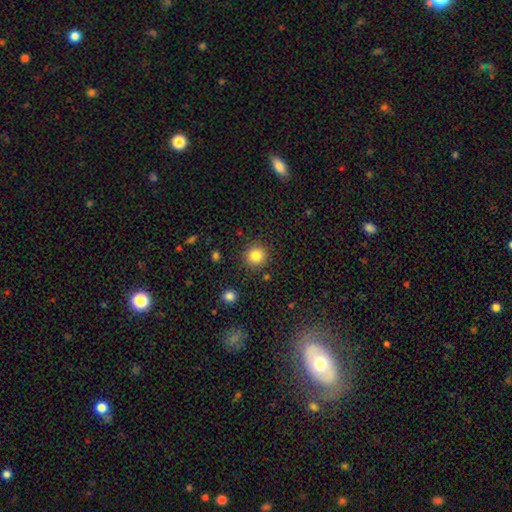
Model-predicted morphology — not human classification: This is clearly a smooth galaxy (84%). How rounded: clearly round (93%). Merging: clearly none (89%).